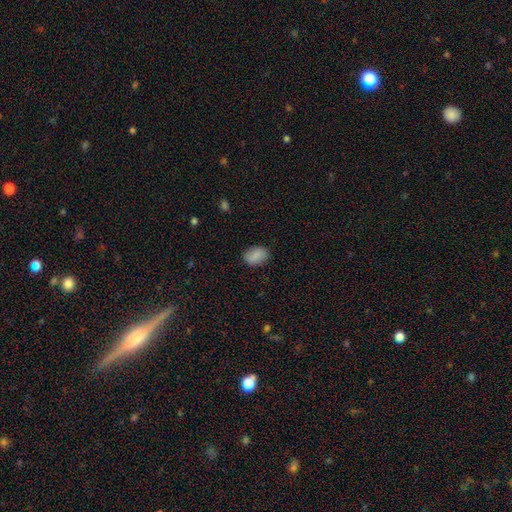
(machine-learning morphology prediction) Smooth or featured? smooth (88%)
How rounded? in between (85%)
Merging? none (86%)